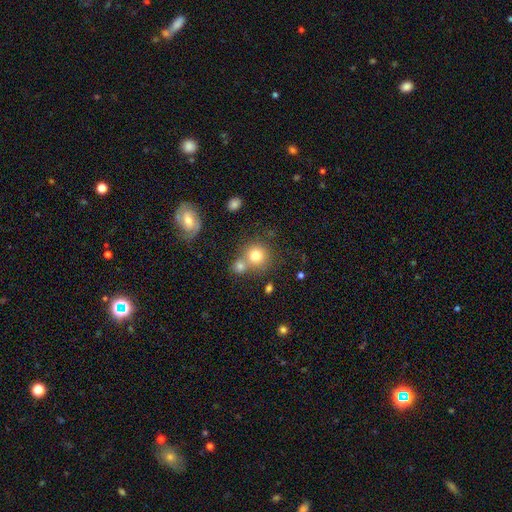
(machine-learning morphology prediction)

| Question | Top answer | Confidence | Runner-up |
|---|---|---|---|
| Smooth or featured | smooth | 77% | star or artifact (11%) |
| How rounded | round | 87% | in between (12%) |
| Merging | none | 56% | merger (32%) |